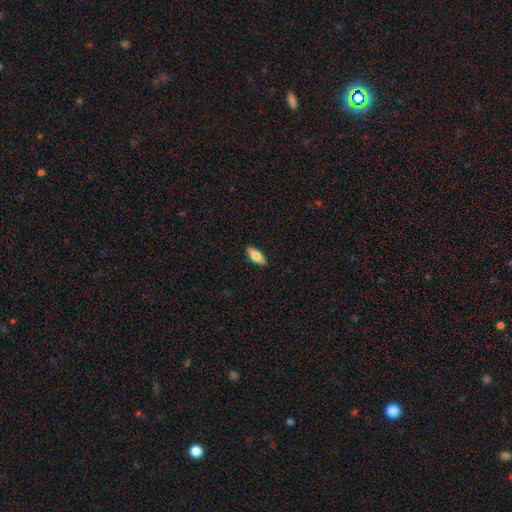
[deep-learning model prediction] smooth 69%, featured or disk 25%, star or artifact 6%. Down the decision tree: how rounded — in between (75%); merging — none (88%).